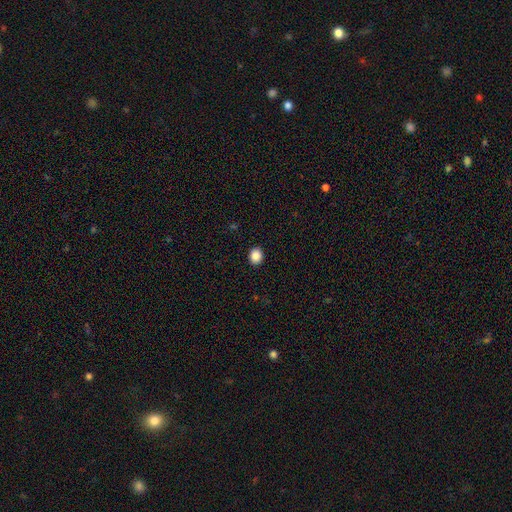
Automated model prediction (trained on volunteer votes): smooth-or-featured: smooth: 88% | star or artifact: 9% | featured or disk: 3%
  how-rounded: round: 70% | in between: 29% | cigar-shaped: 1%
  merging: none: 92% | minor disturbance: 5% | major disturbance: 2% | merger: 1%